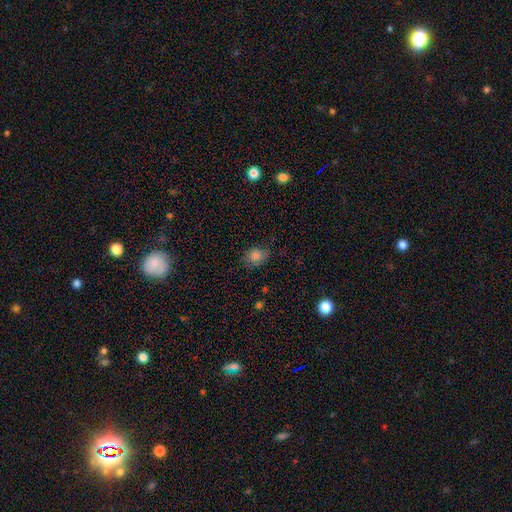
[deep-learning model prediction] smooth 81%, star or artifact 11%, featured or disk 8%. Down the decision tree: how rounded — round (50%); merging — none (67%).